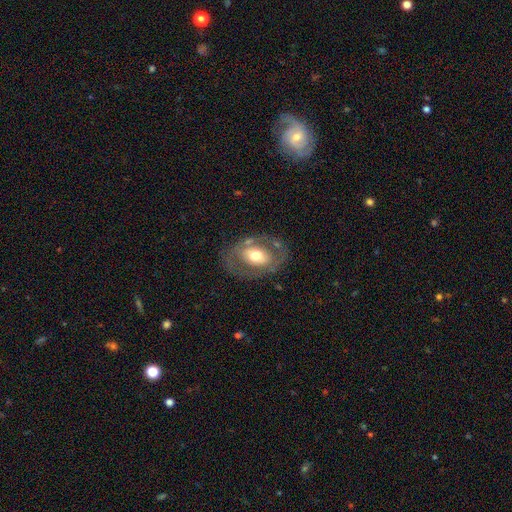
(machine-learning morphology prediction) Smooth or featured: featured or disk — 56% (smooth — 38%)
Edge-on disk: no — 92% (yes — 8%)
Bar: no — 60% (weak — 25%)
Spiral arms: no — 73% (yes — 27%)
Bulge size: moderate — 65% (large — 22%)
Merging: none — 71% (minor disturbance — 16%)